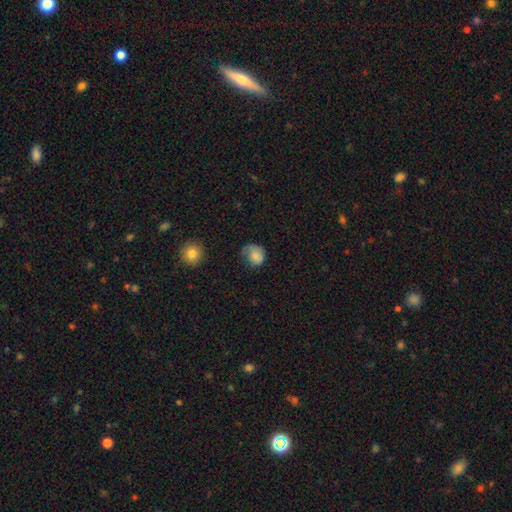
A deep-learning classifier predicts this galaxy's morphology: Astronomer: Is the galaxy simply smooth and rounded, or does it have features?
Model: smooth — 73%.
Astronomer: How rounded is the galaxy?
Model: round — 67%.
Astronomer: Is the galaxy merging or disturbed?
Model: none — 38% (runner-up: minor disturbance, 34%).